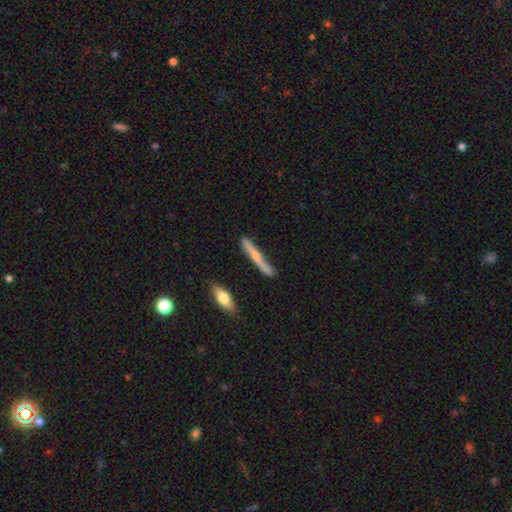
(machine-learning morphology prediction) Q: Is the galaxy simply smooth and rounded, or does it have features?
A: featured or disk — 56%.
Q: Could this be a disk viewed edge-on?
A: yes — 92%.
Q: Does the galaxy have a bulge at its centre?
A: rounded — 73%.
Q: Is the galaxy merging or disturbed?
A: none — 79%.